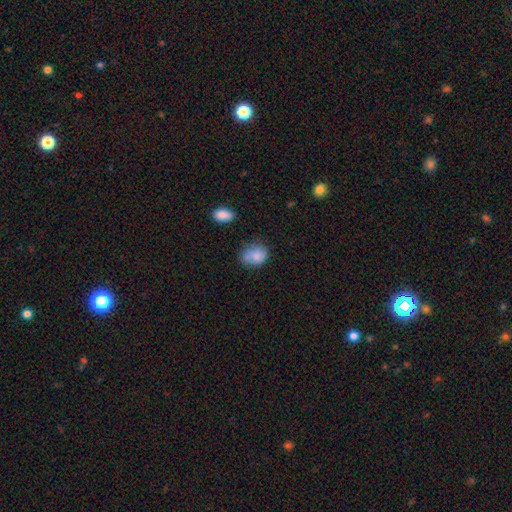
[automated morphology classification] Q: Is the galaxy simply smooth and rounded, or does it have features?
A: smooth — 83%.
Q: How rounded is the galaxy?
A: in between — 62%.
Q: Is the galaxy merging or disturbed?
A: none — 55%.